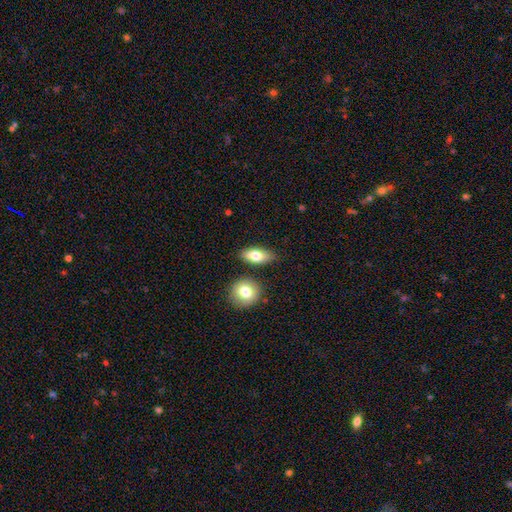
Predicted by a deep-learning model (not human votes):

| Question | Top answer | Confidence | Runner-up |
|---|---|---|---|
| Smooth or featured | smooth | 75% | featured or disk (18%) |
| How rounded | in between | 80% | cigar-shaped (13%) |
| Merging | none | 78% | minor disturbance (11%) |